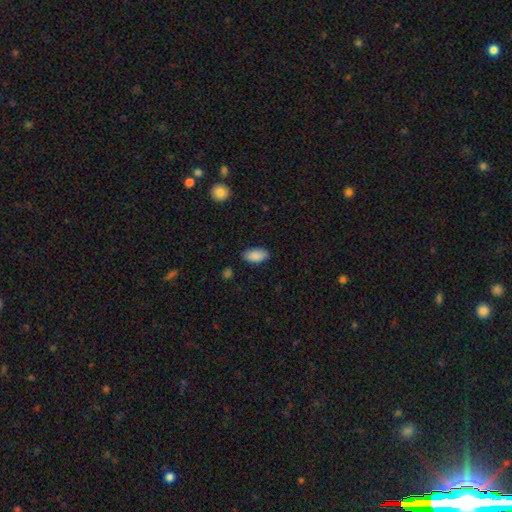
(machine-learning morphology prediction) Smooth or featured? smooth (89%)
How rounded? in between (92%)
Merging? none (85%)